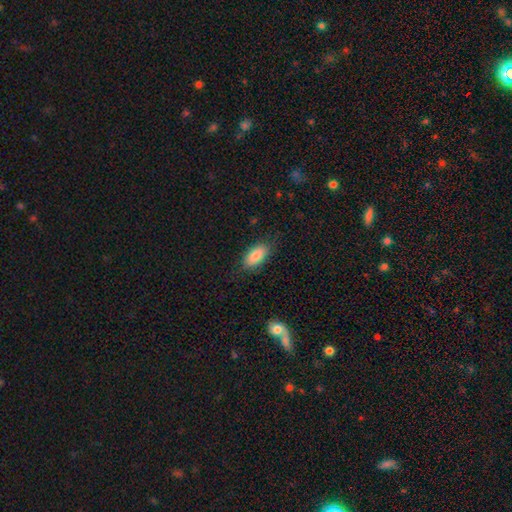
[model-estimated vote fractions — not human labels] Morphology: type=smooth (83%); roundness=in between (91%); merging=none (81%).